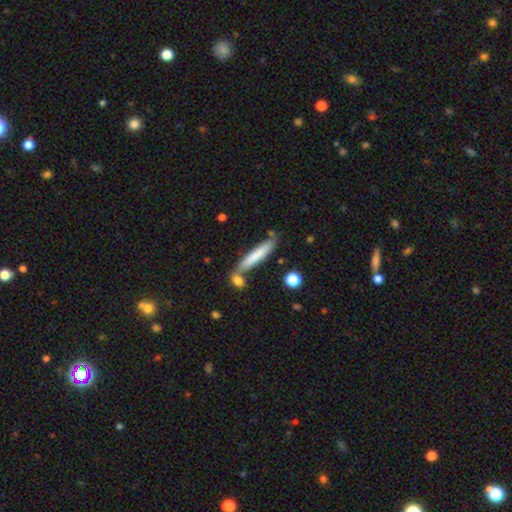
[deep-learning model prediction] Smooth or featured: smooth — 72% (featured or disk — 22%)
How rounded: cigar-shaped — 91% (in between — 8%)
Merging: none — 67% (merger — 16%)